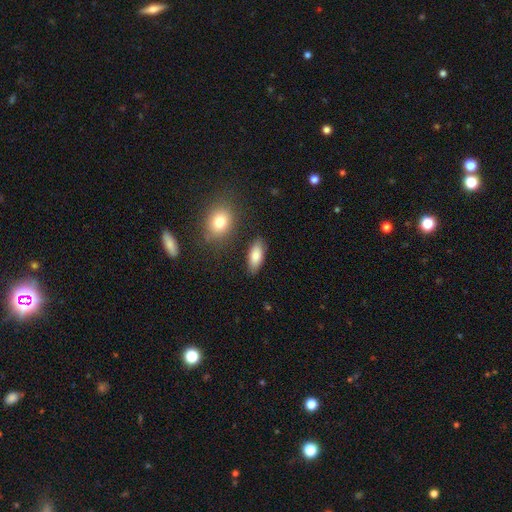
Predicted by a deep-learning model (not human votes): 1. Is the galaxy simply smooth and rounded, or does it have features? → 83% smooth, 11% featured or disk, 7% star or artifact.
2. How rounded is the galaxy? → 85% in between, 12% cigar-shaped, 3% round.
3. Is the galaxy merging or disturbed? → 83% none, 11% minor disturbance, 3% merger, 3% major disturbance.